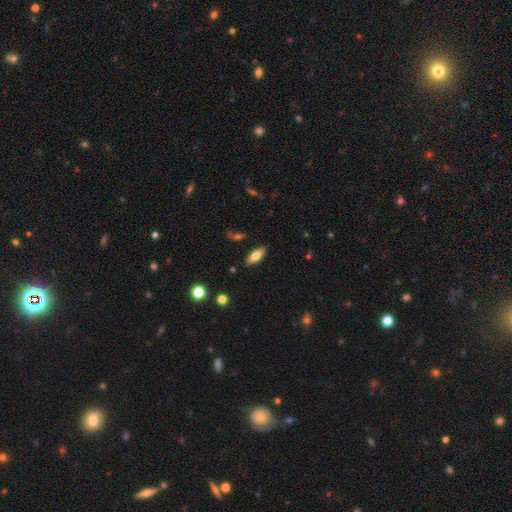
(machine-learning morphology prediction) Q: Smooth or featured?
A: smooth (71%); runner-up: featured or disk (22%)
Q: How rounded?
A: in between (76%); runner-up: cigar-shaped (22%)
Q: Merging?
A: none (87%); runner-up: minor disturbance (10%)